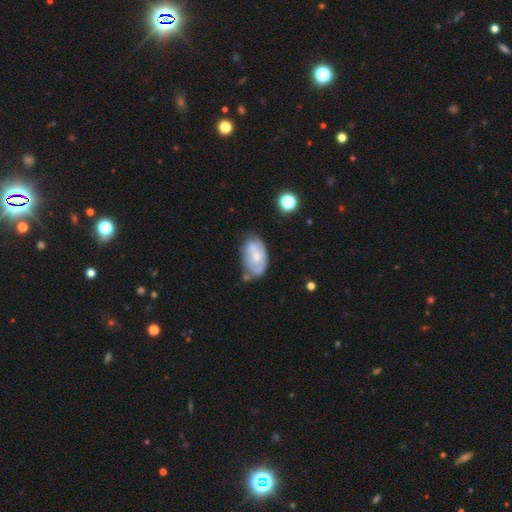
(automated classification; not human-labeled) This is possibly a featured or disk galaxy (58%). It is clearly not viewed edge-on (95%). Bar: likely no (70%). Spiral arm pattern: possibly yes (60%). Central bulge: possibly small (46%). Merging: possibly none (49%).